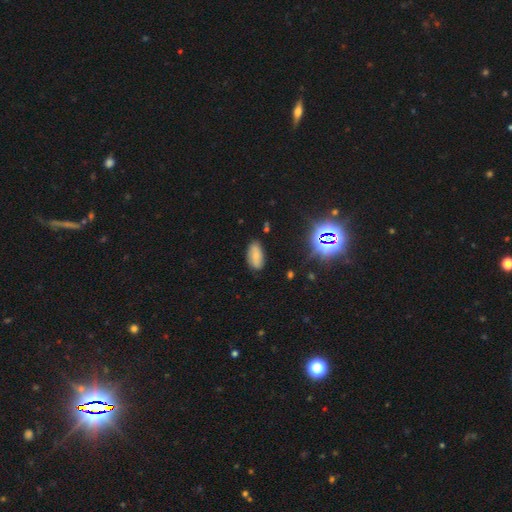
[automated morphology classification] Overall: smooth (68%). How rounded: in between (92%). Merging: none (80%).